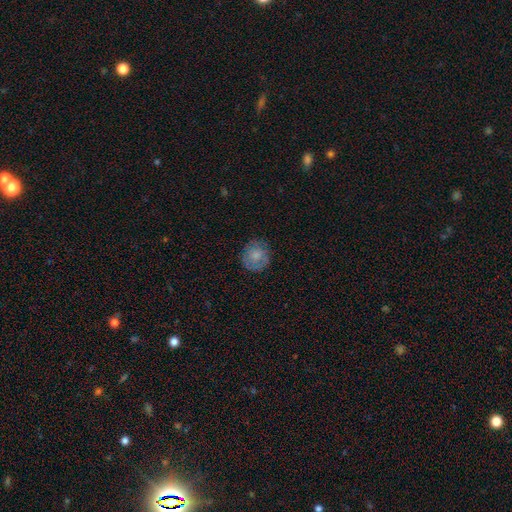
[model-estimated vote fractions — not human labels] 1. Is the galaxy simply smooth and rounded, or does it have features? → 71% smooth, 21% featured or disk, 8% star or artifact.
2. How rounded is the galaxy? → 86% round, 13% in between, 1% cigar-shaped.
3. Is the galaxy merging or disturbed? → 79% none, 15% minor disturbance, 5% major disturbance, 1% merger.